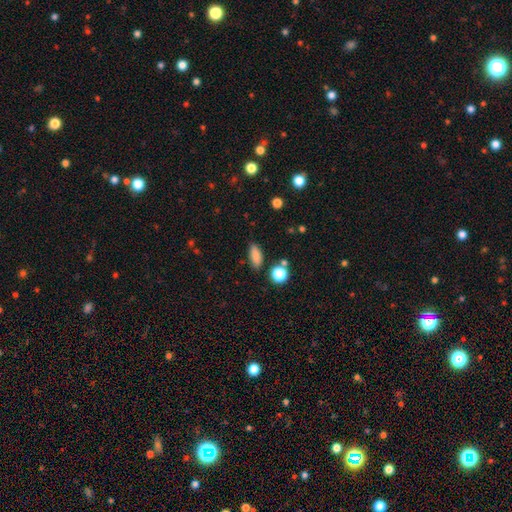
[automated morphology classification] smooth-or-featured: smooth: 83% | star or artifact: 10% | featured or disk: 7%
  how-rounded: in between: 79% | cigar-shaped: 15% | round: 7%
  merging: none: 79% | minor disturbance: 14% | merger: 4% | major disturbance: 3%